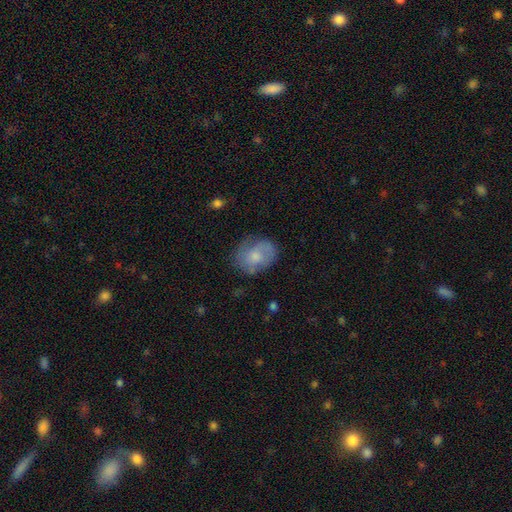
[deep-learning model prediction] Q: Smooth or featured?
A: smooth (57%); runner-up: featured or disk (35%)
Q: How rounded?
A: in between (58%); runner-up: round (41%)
Q: Merging?
A: none (63%); runner-up: minor disturbance (25%)